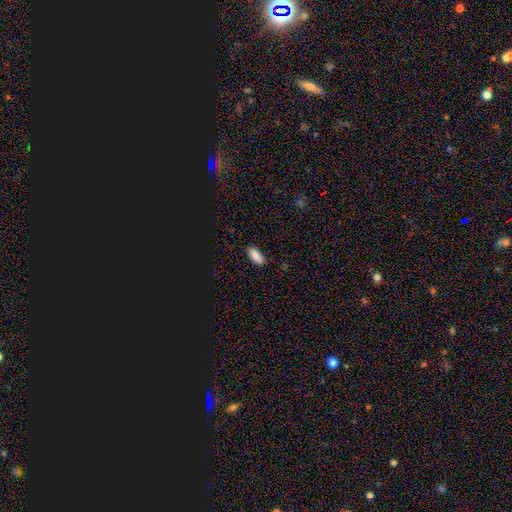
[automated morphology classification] The model was most divided on "how rounded": in between: 85%, cigar-shaped: 13%, round: 2%. More confident: merging — none (86%); smooth or featured — smooth (84%).